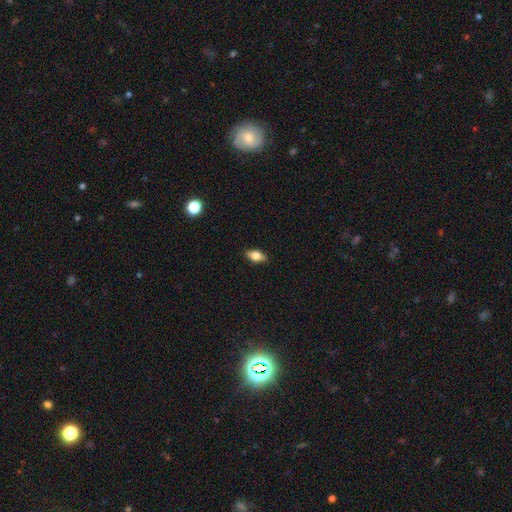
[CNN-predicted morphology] Smooth or featured? smooth (67%)
How rounded? in between (83%)
Merging? none (86%)